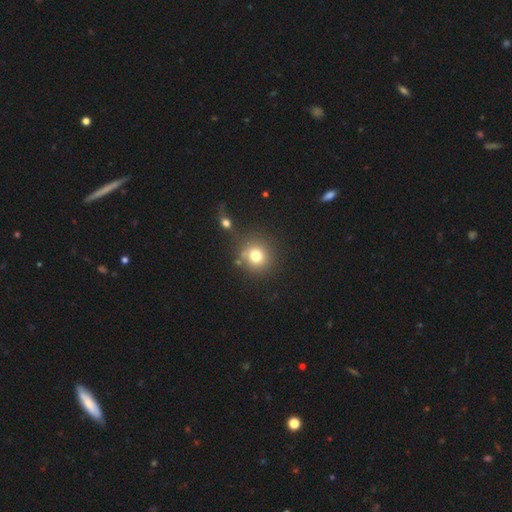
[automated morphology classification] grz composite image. It shows a smooth galaxy with no disk features (77%) that is round (91%). Merging: none (77%).